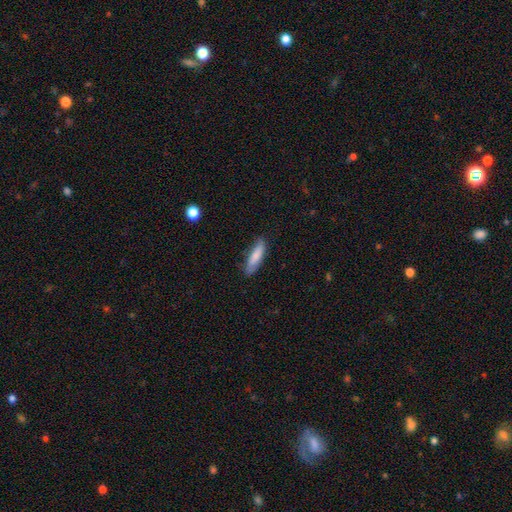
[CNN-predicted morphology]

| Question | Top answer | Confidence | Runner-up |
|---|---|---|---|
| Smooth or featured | smooth | 80% | featured or disk (14%) |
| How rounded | cigar-shaped | 65% | in between (33%) |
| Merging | none | 81% | minor disturbance (15%) |